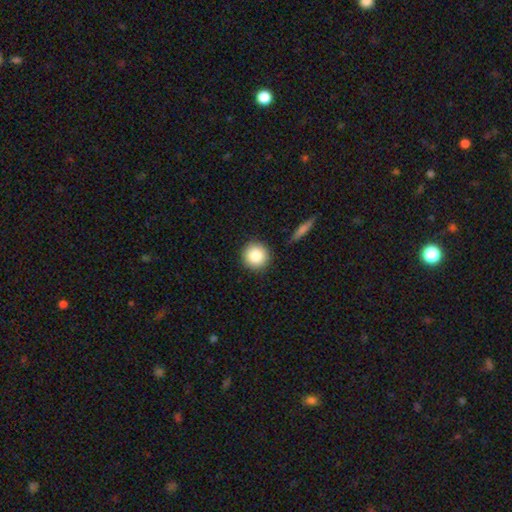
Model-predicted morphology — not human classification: Smooth or featured? Predicted: smooth (p=0.84). How rounded? Predicted: round (p=0.95). Merging? Predicted: none (p=0.89).